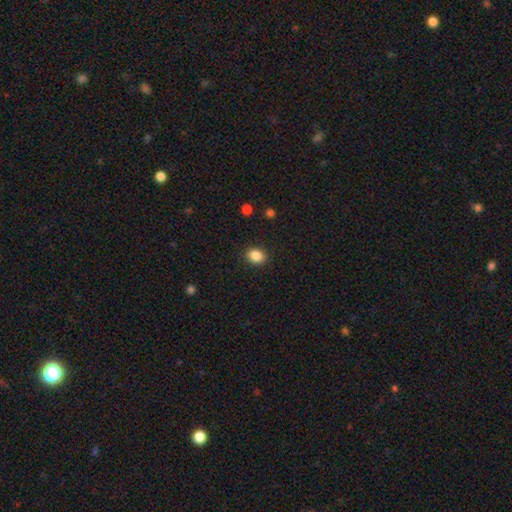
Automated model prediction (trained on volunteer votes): Smooth or featured: smooth — 86% (star or artifact — 10%)
How rounded: in between — 54% (round — 45%)
Merging: none — 89% (minor disturbance — 8%)